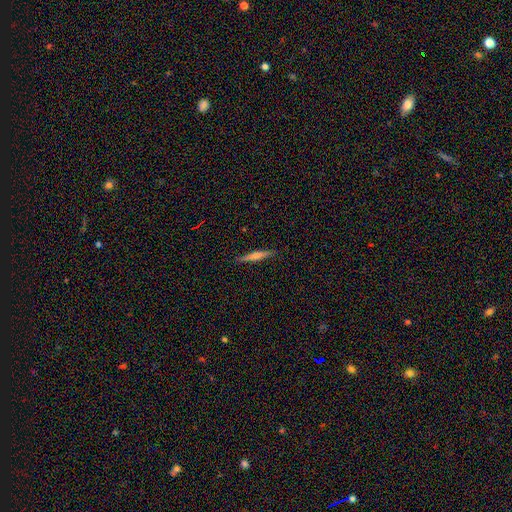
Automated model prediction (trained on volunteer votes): The model was most divided on "smooth or featured": featured or disk: 60%, smooth: 33%, star or artifact: 7%. More confident: edge-on disk — yes (97%); merging — none (90%); edge-on bulge — rounded (71%).